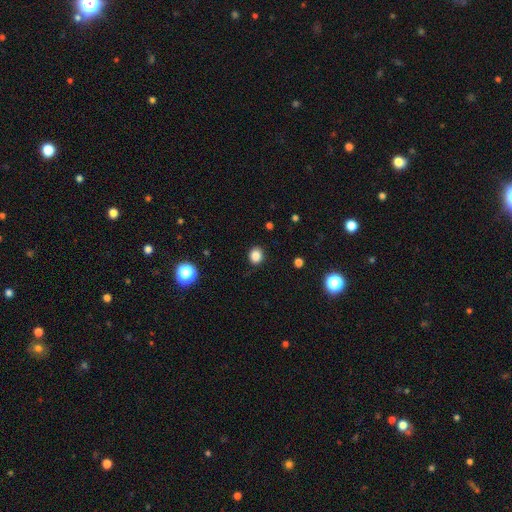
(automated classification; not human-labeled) Morphology: type=smooth (85%); roundness=round (74%); merging=none (89%).